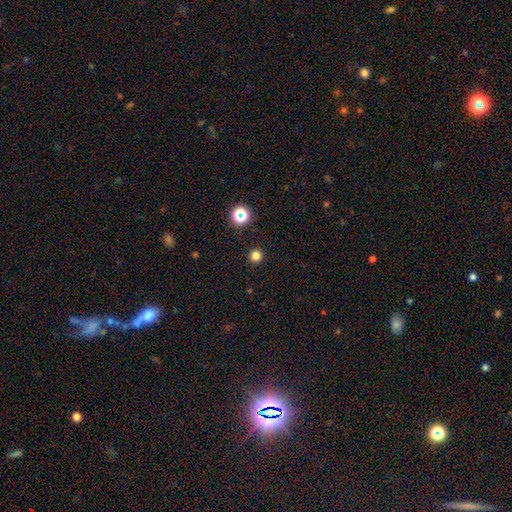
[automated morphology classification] A smooth galaxy with no disk features (80%) that is round (96%).

Vote fractions:
- Smooth or featured? smooth: 80% / star or artifact: 17% / featured or disk: 4%
- How rounded? round: 96% / in between: 4% / cigar-shaped: 1%
- Merging? none: 93% / minor disturbance: 4% / major disturbance: 2% / merger: 1%